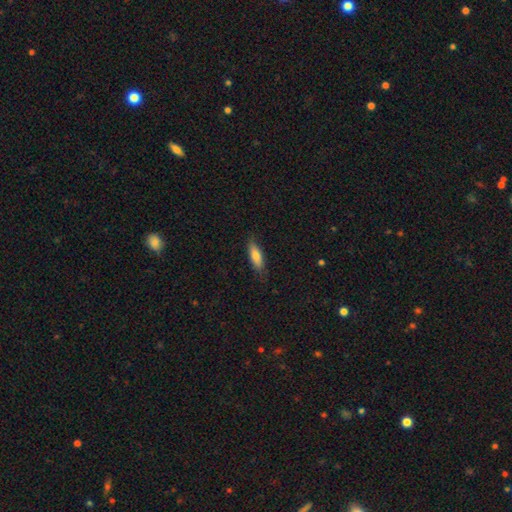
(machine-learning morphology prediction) smooth-or-featured: smooth: 76% | featured or disk: 18% | star or artifact: 6%
  how-rounded: in between: 52% | cigar-shaped: 46% | round: 2%
  merging: none: 79% | minor disturbance: 17% | major disturbance: 3% | merger: 1%